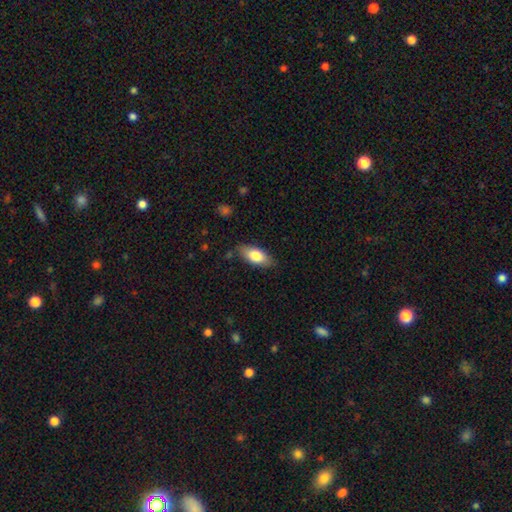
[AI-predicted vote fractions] Smooth or featured: smooth — 77% (featured or disk — 16%)
How rounded: in between — 85% (cigar-shaped — 12%)
Merging: none — 83% (minor disturbance — 13%)